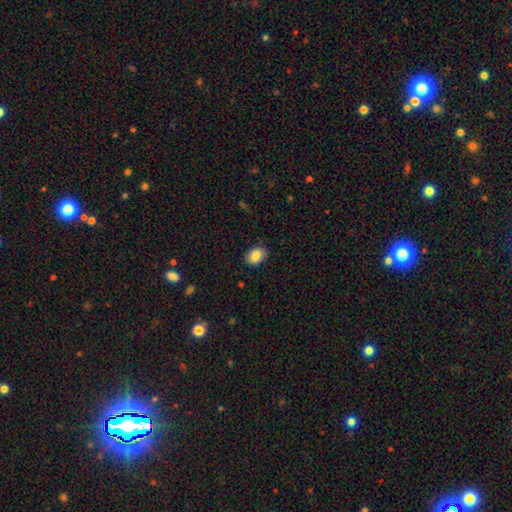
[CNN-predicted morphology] This is clearly a smooth galaxy (86%). How rounded: likely in between (75%). Merging: clearly none (87%).